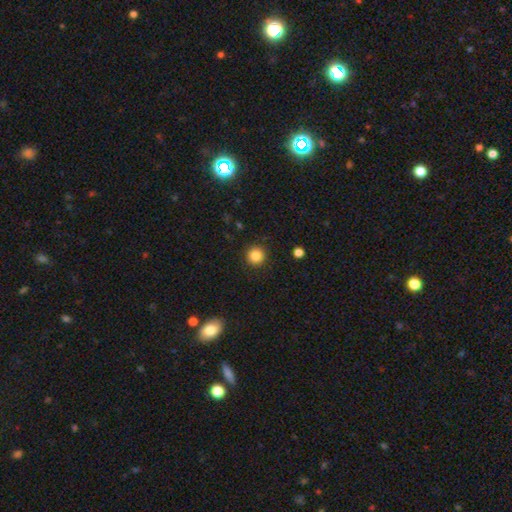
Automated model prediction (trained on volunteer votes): Smooth or featured?
  - smooth: 85% *
  - star or artifact: 11%
  - featured or disk: 4%
How rounded?
  - round: 95% *
  - in between: 4%
  - cigar-shaped: 1%
Merging?
  - none: 92% *
  - minor disturbance: 5%
  - major disturbance: 2%
  - merger: 1%